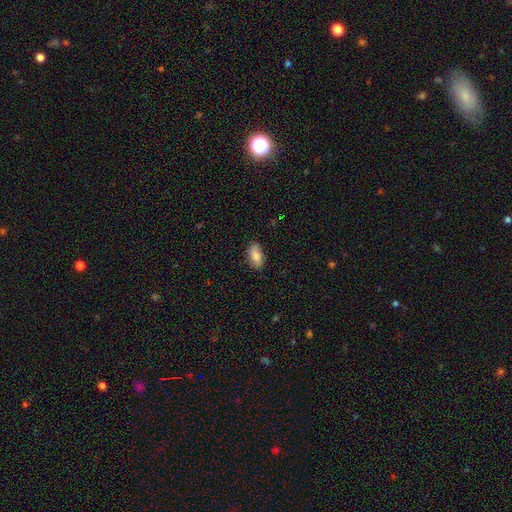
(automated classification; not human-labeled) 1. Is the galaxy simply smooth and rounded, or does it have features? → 78% smooth, 15% featured or disk, 7% star or artifact.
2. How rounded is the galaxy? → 91% in between, 5% cigar-shaped, 4% round.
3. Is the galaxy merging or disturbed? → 81% none, 15% minor disturbance, 3% major disturbance, 1% merger.